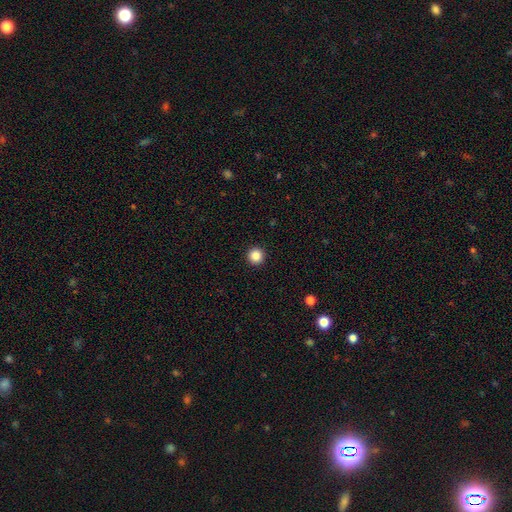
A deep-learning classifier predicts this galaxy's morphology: This appears to be a smooth galaxy with no disk features (87%) that is round (96%). Merging: none (94%).